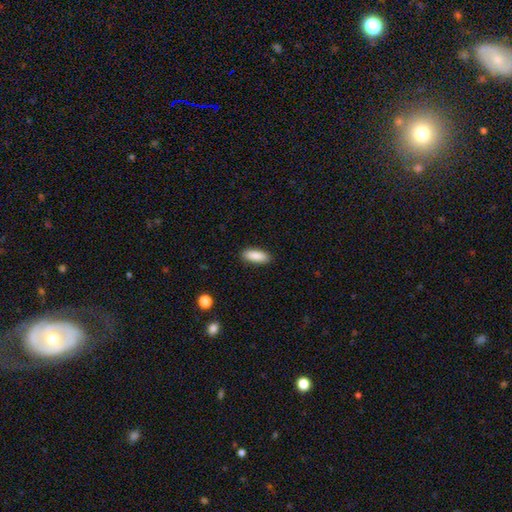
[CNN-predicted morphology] Smooth or featured? smooth (89%)
How rounded? in between (74%)
Merging? none (89%)